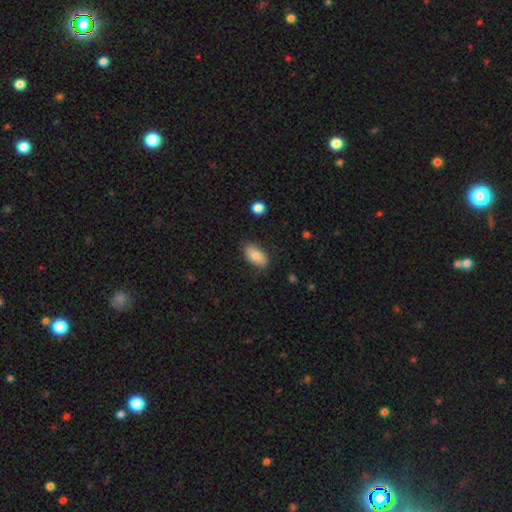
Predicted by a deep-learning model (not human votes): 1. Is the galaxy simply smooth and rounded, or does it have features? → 80% smooth, 13% featured or disk, 7% star or artifact.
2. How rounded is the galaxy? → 92% in between, 4% round, 3% cigar-shaped.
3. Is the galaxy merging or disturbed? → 82% none, 14% minor disturbance, 3% major disturbance, 1% merger.